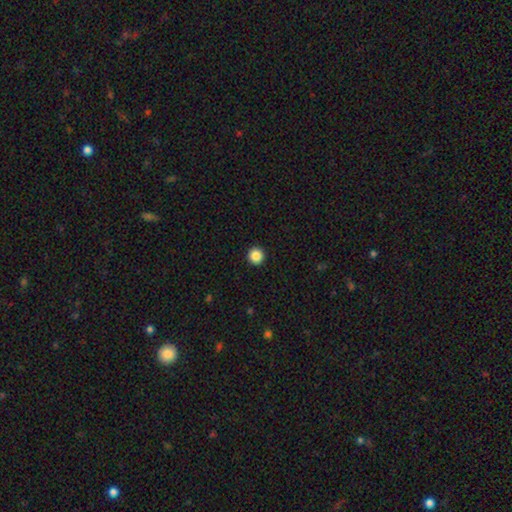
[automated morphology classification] Smooth or featured?
  - smooth: 87% *
  - star or artifact: 10%
  - featured or disk: 3%
How rounded?
  - round: 96% *
  - in between: 3%
  - cigar-shaped: 1%
Merging?
  - none: 94% *
  - minor disturbance: 4%
  - major disturbance: 1%
  - merger: 1%